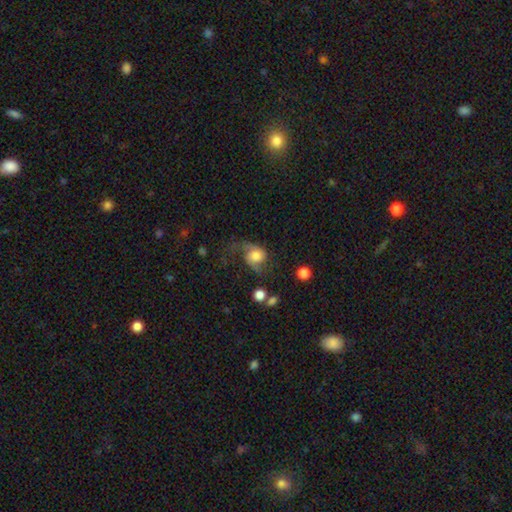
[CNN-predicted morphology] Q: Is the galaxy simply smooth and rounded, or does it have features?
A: featured or disk — 46%.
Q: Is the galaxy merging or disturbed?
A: major disturbance — 39%.